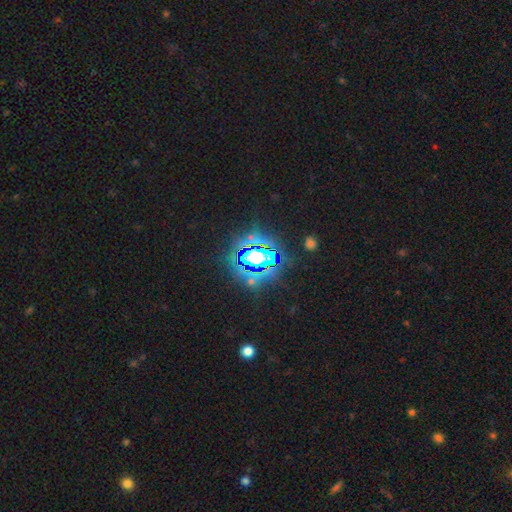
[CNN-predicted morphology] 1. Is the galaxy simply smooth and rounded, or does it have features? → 76% star or artifact, 13% smooth, 11% featured or disk.